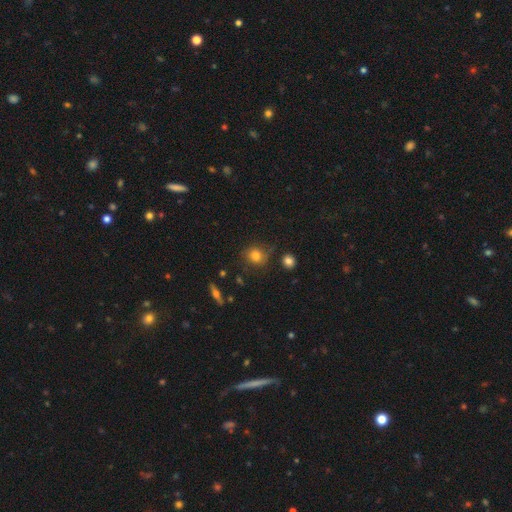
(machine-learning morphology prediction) smooth-or-featured: smooth: 76% | featured or disk: 12% | star or artifact: 12%
  how-rounded: round: 79% | in between: 19% | cigar-shaped: 1%
  merging: none: 71% | minor disturbance: 19% | major disturbance: 6% | merger: 4%